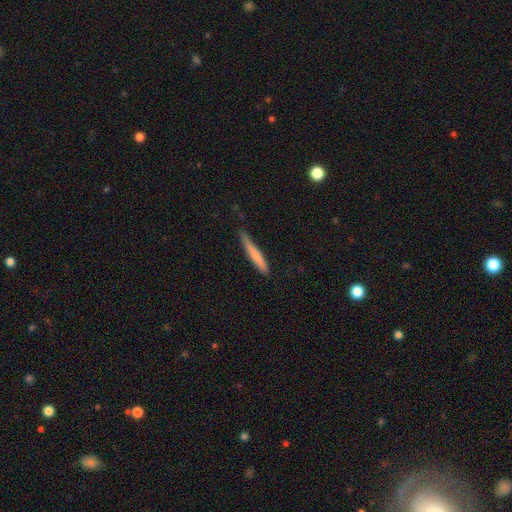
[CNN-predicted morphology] smooth_or_featured: smooth (p=0.73) [alt: featured or disk p=0.21]
how_rounded: cigar-shaped (p=0.95) [alt: in between p=0.04]
merging: none (p=0.74) [alt: minor disturbance p=0.21]